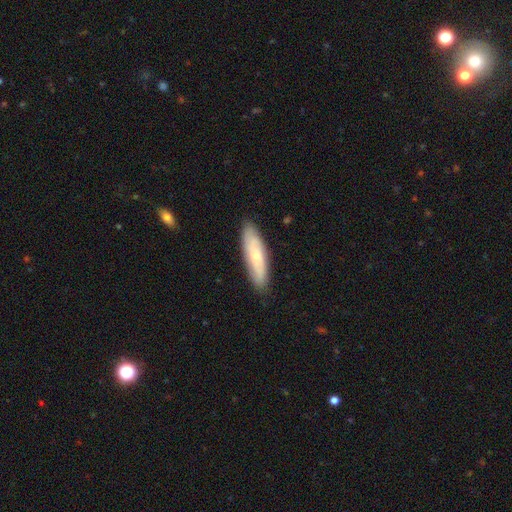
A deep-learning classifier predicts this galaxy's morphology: Smooth or featured? Predicted: smooth (p=0.54). How rounded? Predicted: cigar-shaped (p=0.60). Merging? Predicted: none (p=0.86).